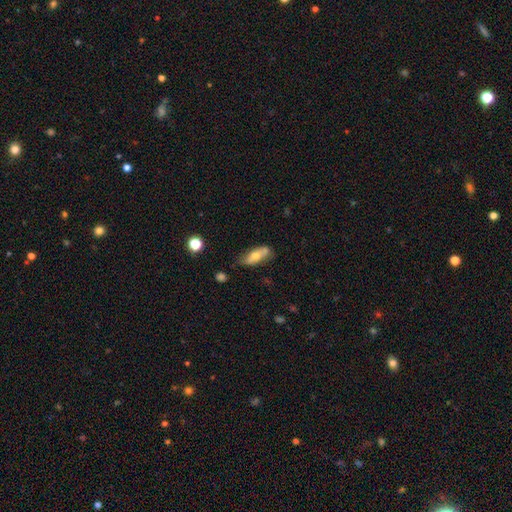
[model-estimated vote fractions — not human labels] Smooth or featured? smooth (61%)
How rounded? in between (71%)
Merging? none (58%)